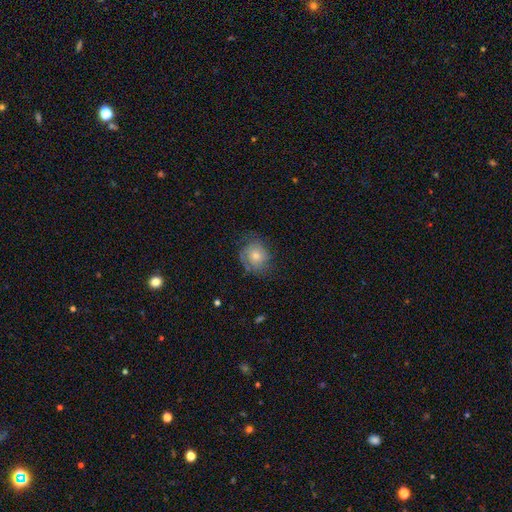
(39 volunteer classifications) This appears to be a smooth galaxy with no disk features (54%) that is round (57%). Merging: none (47%).